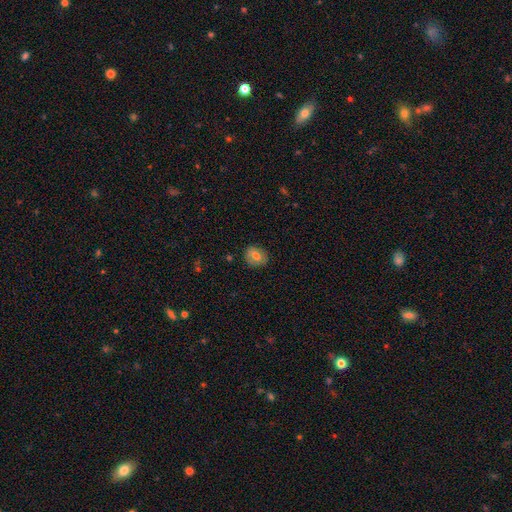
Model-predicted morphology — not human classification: Smooth or featured?
  - smooth: 71% *
  - featured or disk: 21%
  - star or artifact: 8%
How rounded?
  - round: 65% *
  - in between: 34%
  - cigar-shaped: 1%
Merging?
  - none: 85% *
  - minor disturbance: 11%
  - major disturbance: 3%
  - merger: 1%